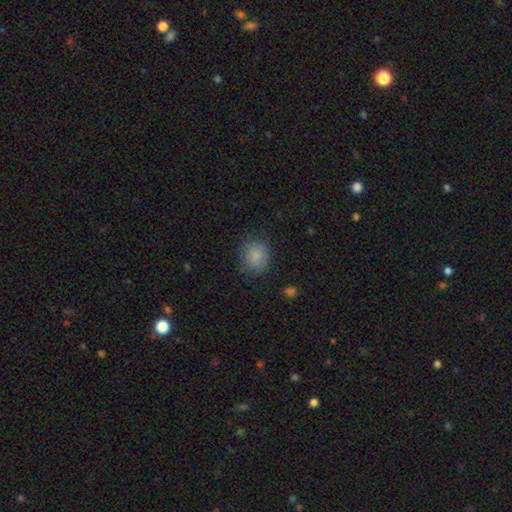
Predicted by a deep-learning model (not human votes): A smooth galaxy with no disk features (85%) that is round (76%).

Vote fractions:
- Smooth or featured? smooth: 85% / star or artifact: 10% / featured or disk: 5%
- How rounded? round: 76% / in between: 23% / cigar-shaped: 1%
- Merging? none: 80% / minor disturbance: 15% / major disturbance: 4% / merger: 1%